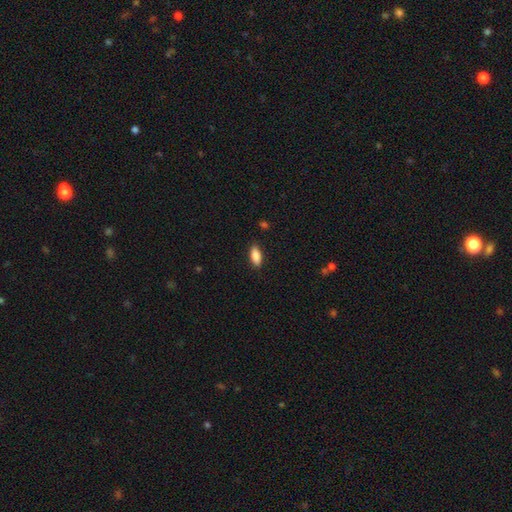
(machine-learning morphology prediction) This is clearly a smooth galaxy (86%). How rounded: clearly in between (80%). Merging: clearly none (87%).